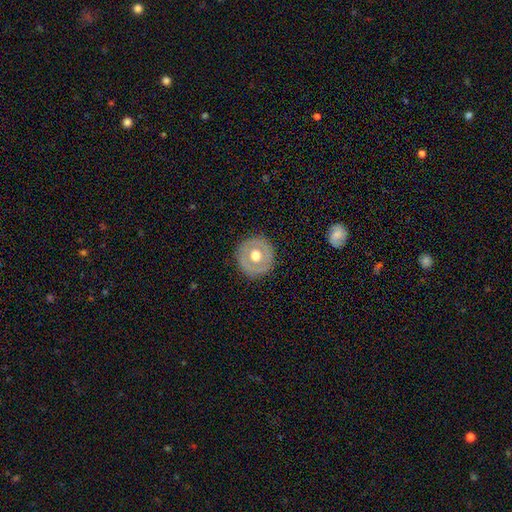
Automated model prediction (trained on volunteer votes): This appears to be a featured or disk galaxy (47%, tied with smooth). Merging: none (87%).